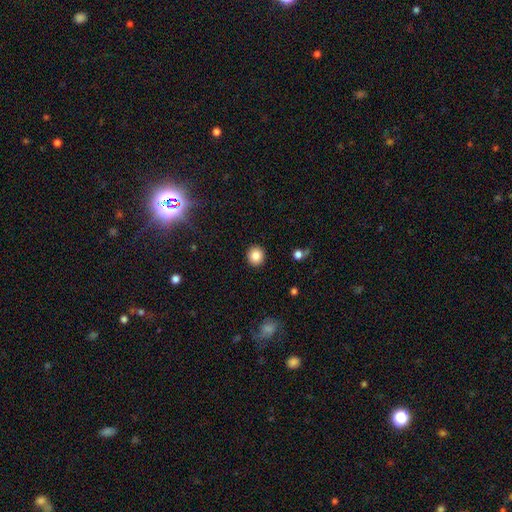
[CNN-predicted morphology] type=smooth (85%); roundness=round (89%); merging=none (92%).